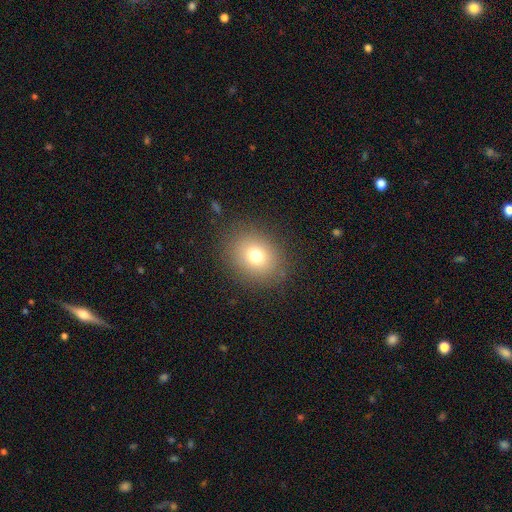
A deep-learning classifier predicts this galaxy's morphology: Overall: smooth (73%). How rounded: round (60%; in between 39%). Merging: none (85%).